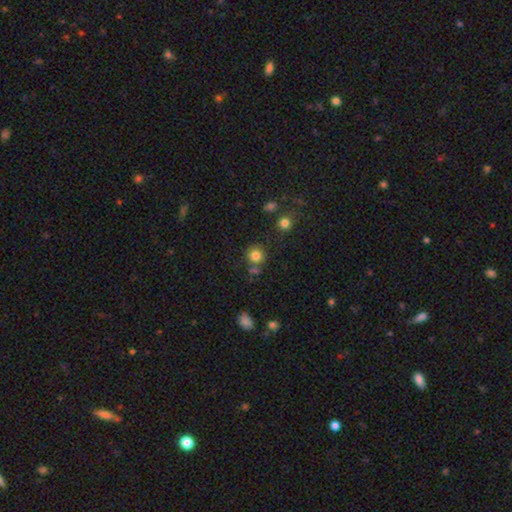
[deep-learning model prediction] This is clearly a smooth galaxy (82%). How rounded: clearly round (91%). Merging: likely none (76%).